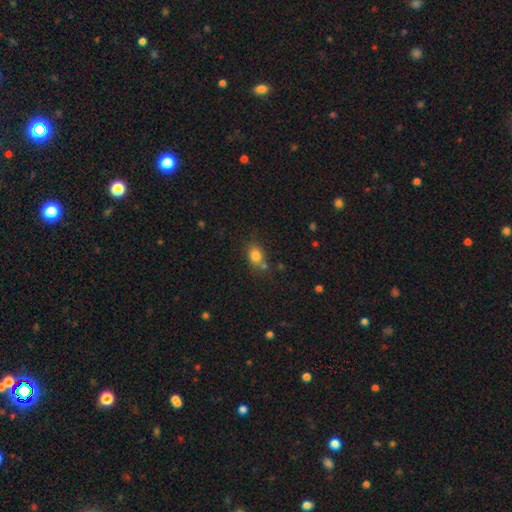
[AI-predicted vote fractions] Morphology: type=smooth (80%); roundness=in between (60%); merging=none (61%).